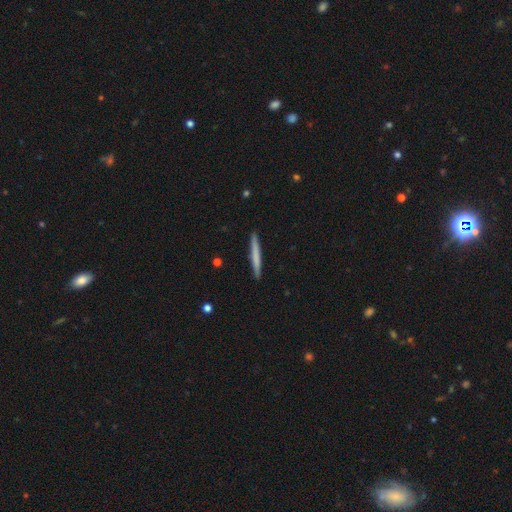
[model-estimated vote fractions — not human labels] Morphology: type=smooth (66%); roundness=cigar-shaped (97%); merging=none (92%).